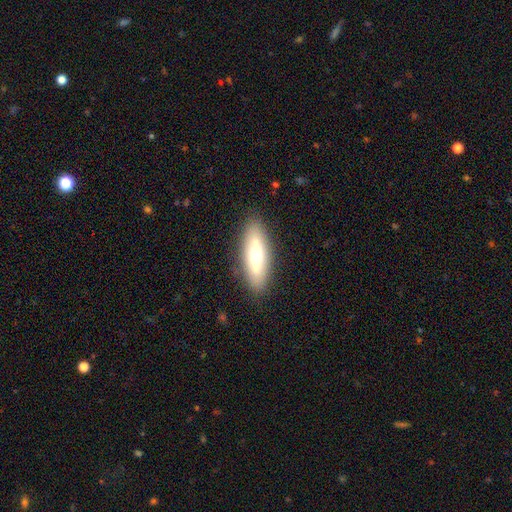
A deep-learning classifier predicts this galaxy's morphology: A smooth galaxy with no disk features (59%) that is in between round and cigar-shaped (52%). Merging: none (87%).